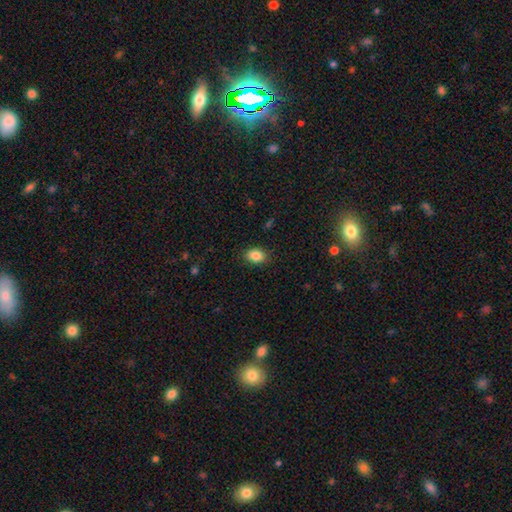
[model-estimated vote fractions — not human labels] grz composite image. It shows a smooth galaxy with no disk features (86%) that is in between round and cigar-shaped (76%). Merging: none (86%).